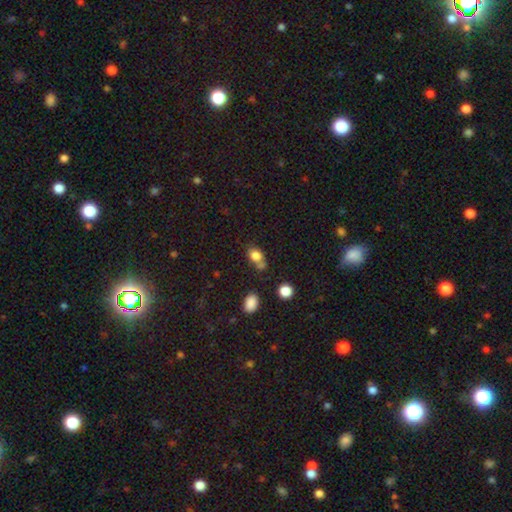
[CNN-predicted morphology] Smooth or featured? smooth (80%)
How rounded? in between (59%)
Merging? none (47%)